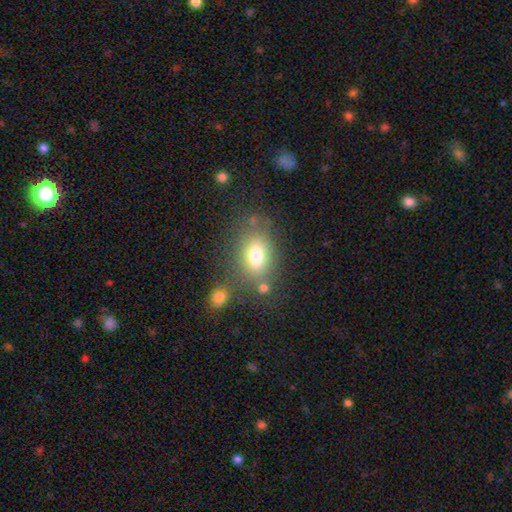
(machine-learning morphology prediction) Overall: smooth (75%). How rounded: in between (73%). Merging: none (66%).